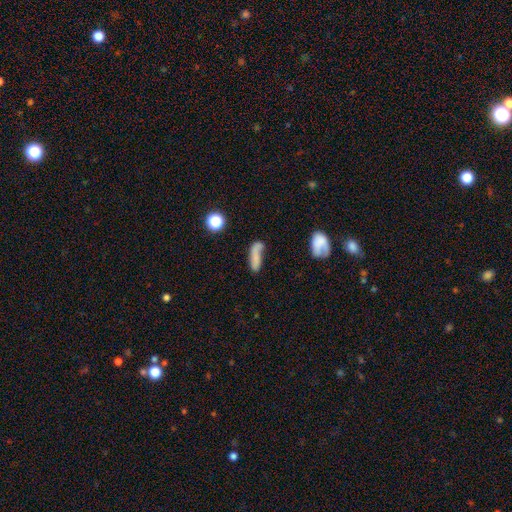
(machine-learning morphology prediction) Q: Smooth or featured?
A: smooth (67%); runner-up: featured or disk (22%)
Q: How rounded?
A: cigar-shaped (53%); runner-up: in between (43%)
Q: Merging?
A: none (40%); runner-up: minor disturbance (25%)